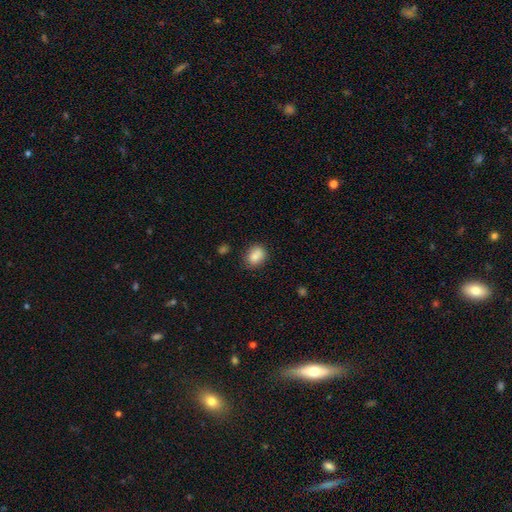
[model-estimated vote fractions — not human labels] This is clearly a smooth galaxy (82%). How rounded: possibly in between (56%). Merging: likely none (69%).